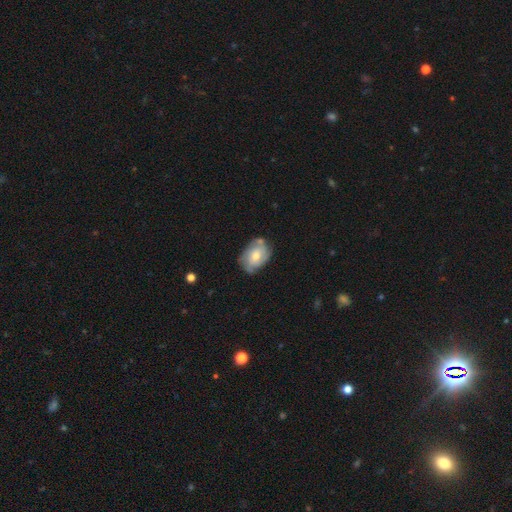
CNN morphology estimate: type=featured or disk (55%); edge-on=no (96%); bar=no (73%); spiral arms=yes (73%); bulge=moderate (62%); merging=none (63%).